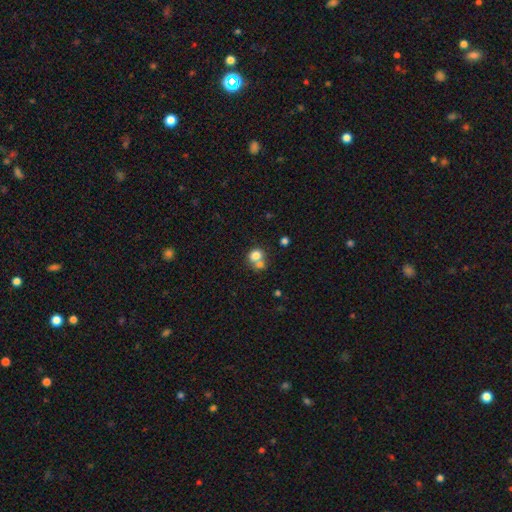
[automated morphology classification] A smooth galaxy with no disk features (76%) that is round (68%). Merging: merger (50%).